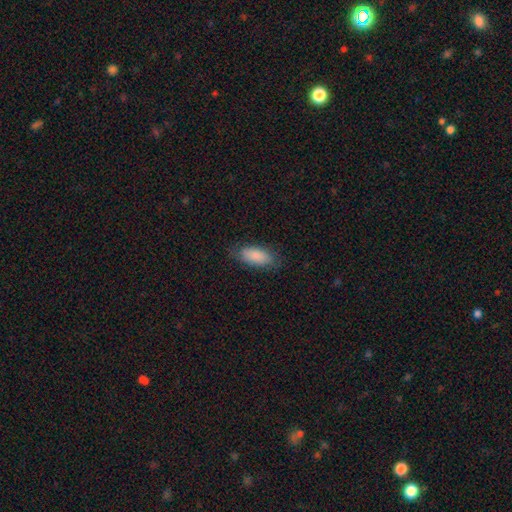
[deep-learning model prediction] Smooth or featured? smooth (87%)
How rounded? in between (86%)
Merging? none (79%)